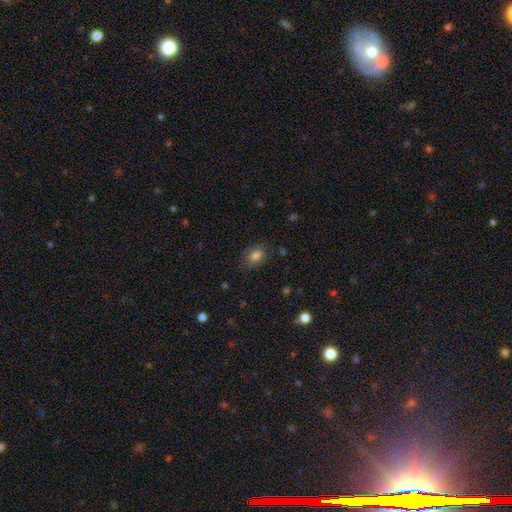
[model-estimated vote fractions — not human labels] Smooth or featured?
  - smooth: 82% *
  - star or artifact: 11%
  - featured or disk: 8%
How rounded?
  - in between: 75% *
  - round: 24%
  - cigar-shaped: 2%
Merging?
  - none: 74% *
  - minor disturbance: 18%
  - major disturbance: 6%
  - merger: 2%